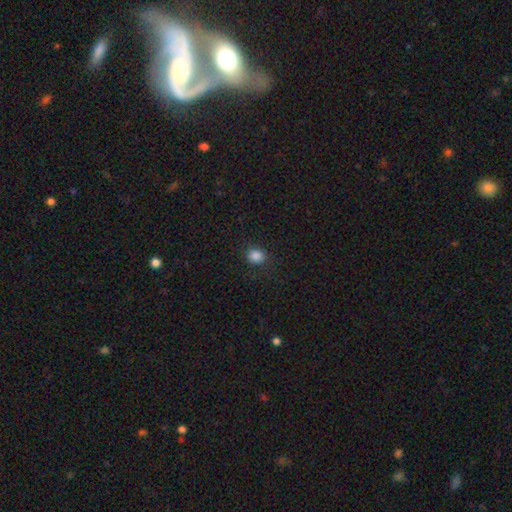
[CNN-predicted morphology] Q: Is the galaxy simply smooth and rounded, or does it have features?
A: smooth — 85%.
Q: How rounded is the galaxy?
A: round — 65%.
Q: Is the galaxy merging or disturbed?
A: none — 87%.